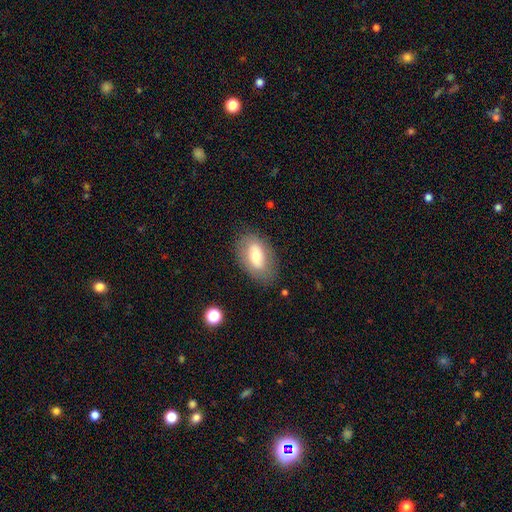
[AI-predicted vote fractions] A smooth galaxy with no disk features (59%) that is in between round and cigar-shaped (91%). Merging: none (80%).